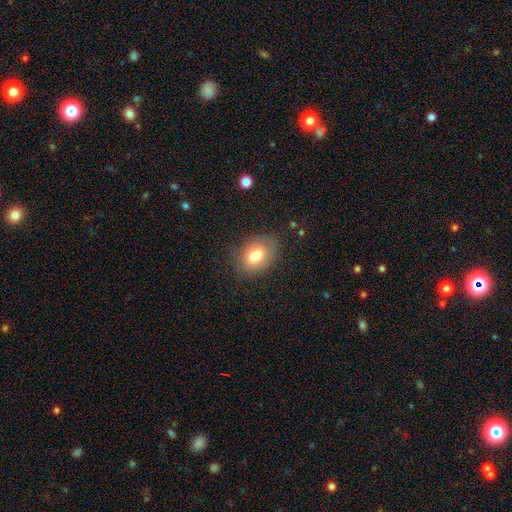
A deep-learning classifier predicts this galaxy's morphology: Overall: smooth (78%). How rounded: in between (77%). Merging: none (80%).